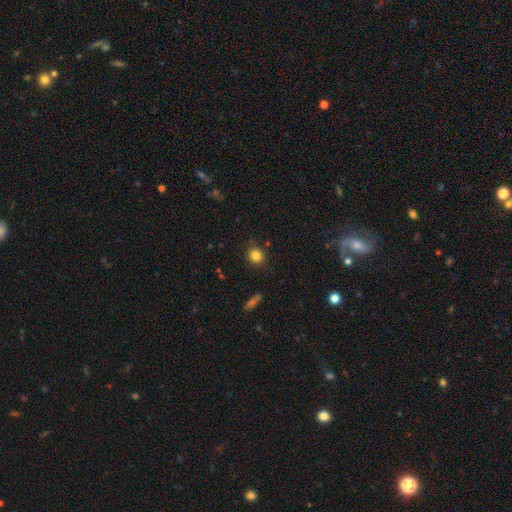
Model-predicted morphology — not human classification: Smooth or featured? Predicted: smooth (p=0.82). How rounded? Predicted: round (p=0.85). Merging? Predicted: none (p=0.86).